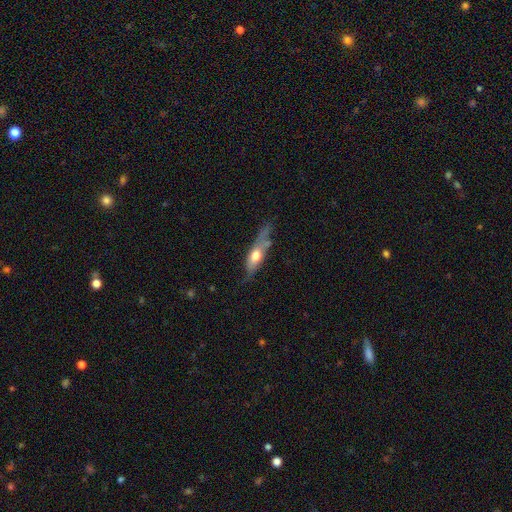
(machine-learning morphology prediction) This appears to be a smooth galaxy with no disk features (50%) that is cigar-shaped (53%). Merging: none (48%).